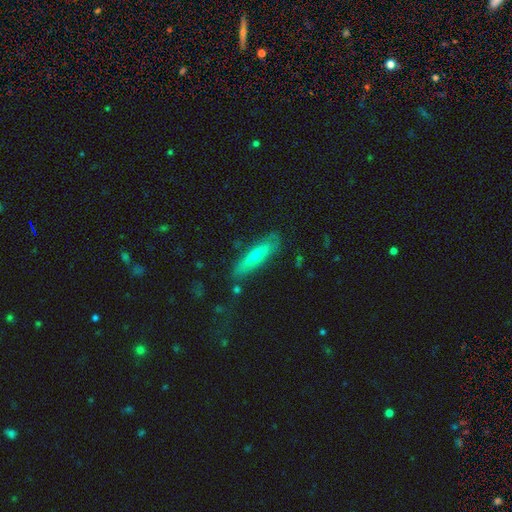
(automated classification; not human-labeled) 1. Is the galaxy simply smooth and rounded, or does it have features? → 51% smooth, 42% featured or disk, 6% star or artifact.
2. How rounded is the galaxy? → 79% cigar-shaped, 19% in between, 2% round.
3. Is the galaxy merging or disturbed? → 79% none, 15% minor disturbance, 4% major disturbance, 2% merger.